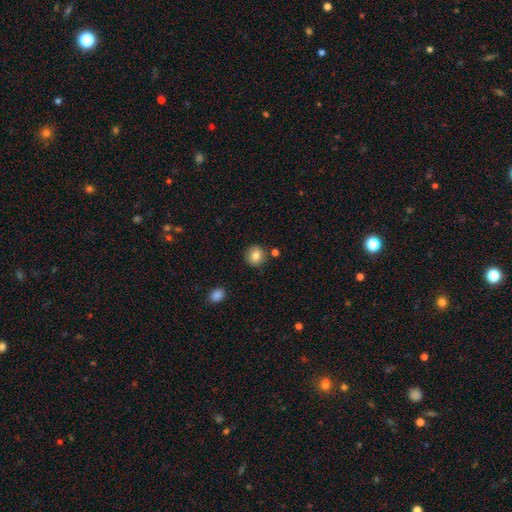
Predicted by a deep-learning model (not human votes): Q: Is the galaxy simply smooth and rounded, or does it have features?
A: smooth — 84%.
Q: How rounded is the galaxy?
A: round — 89%.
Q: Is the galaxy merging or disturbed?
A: none — 85%.